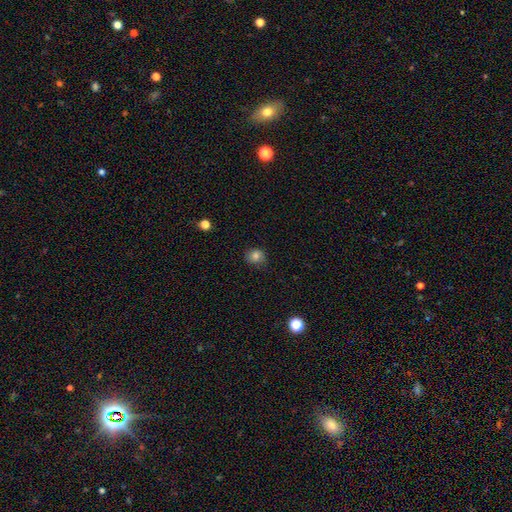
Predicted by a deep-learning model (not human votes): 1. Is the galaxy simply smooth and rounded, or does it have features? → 81% smooth, 12% star or artifact, 7% featured or disk.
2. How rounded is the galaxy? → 73% round, 26% in between, 1% cigar-shaped.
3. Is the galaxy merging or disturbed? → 79% none, 16% minor disturbance, 3% major disturbance, 1% merger.